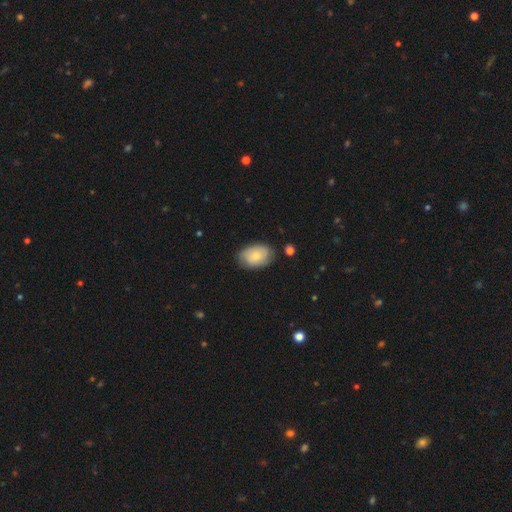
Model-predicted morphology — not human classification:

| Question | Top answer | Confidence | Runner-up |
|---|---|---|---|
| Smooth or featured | smooth | 62% | featured or disk (32%) |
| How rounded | in between | 84% | round (15%) |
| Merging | none | 76% | minor disturbance (19%) |